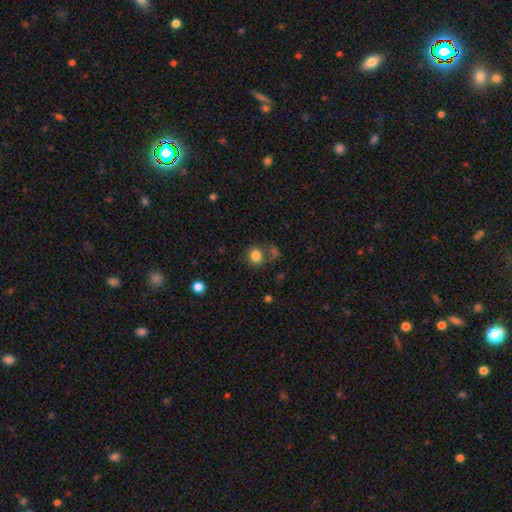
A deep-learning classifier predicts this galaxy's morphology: Smooth or featured? Predicted: smooth (p=0.82). How rounded? Predicted: round (p=0.74). Merging? Predicted: none (p=0.69).